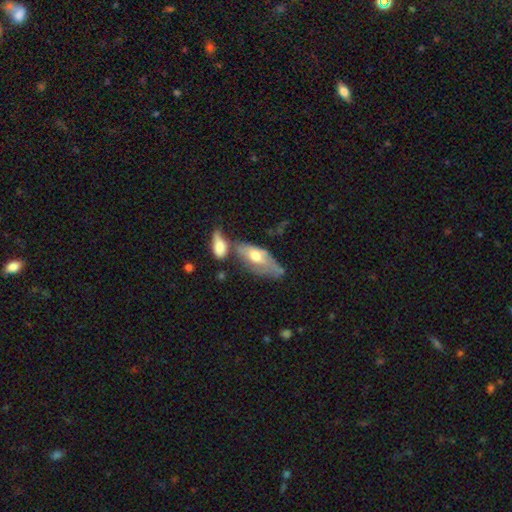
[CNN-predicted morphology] The model was most divided on "merging": merger: 35%, none: 27%, minor disturbance: 22%, major disturbance: 15%. More confident: how rounded — in between (78%); smooth or featured — smooth (53%).